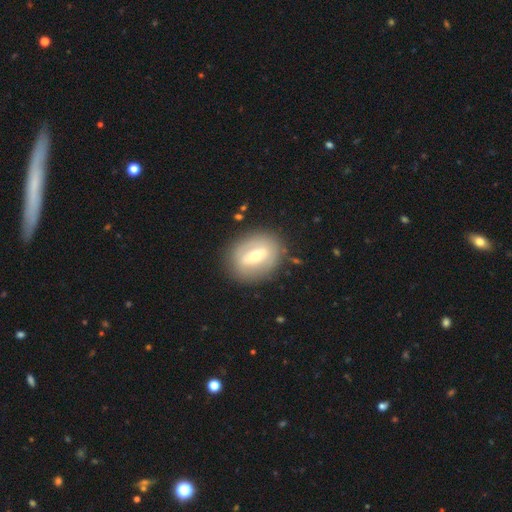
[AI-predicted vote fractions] featured or disk 57%, smooth 36%, star or artifact 7%. Down the decision tree: edge-on disk — no (89%); bar — strong (44%); spiral arms — no (77%); bulge size — moderate (57%); merging — none (82%).